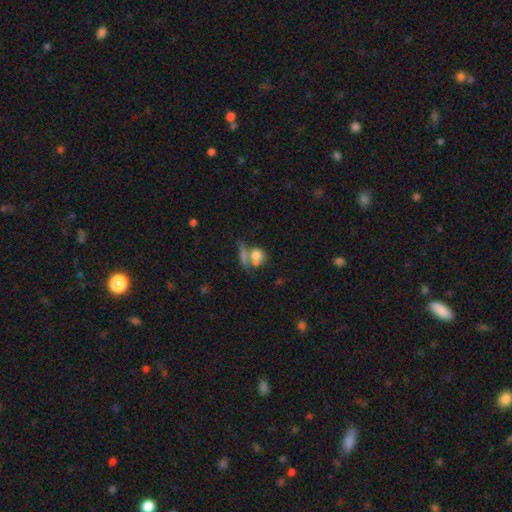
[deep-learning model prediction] A smooth galaxy with no disk features (72%) that is round (56%).

Vote fractions:
- Smooth or featured? smooth: 72% / featured or disk: 18% / star or artifact: 10%
- How rounded? round: 56% / in between: 37% / cigar-shaped: 7%
- Merging? merger: 44% / none: 35% / minor disturbance: 11% / major disturbance: 10%